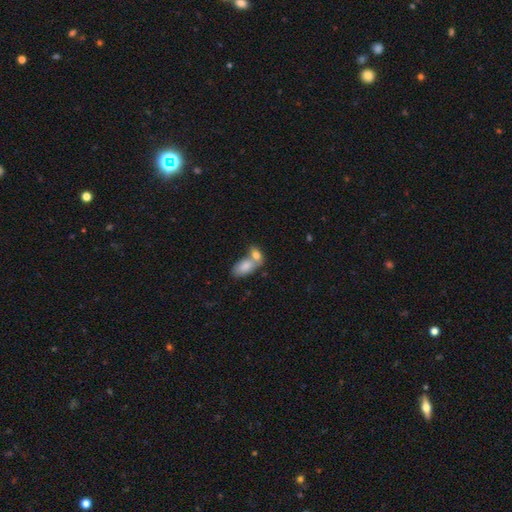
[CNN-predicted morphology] The model was most divided on "merging": merger: 63%, none: 26%, minor disturbance: 7%, major disturbance: 3%. More confident: how rounded — in between (85%); smooth or featured — smooth (74%).